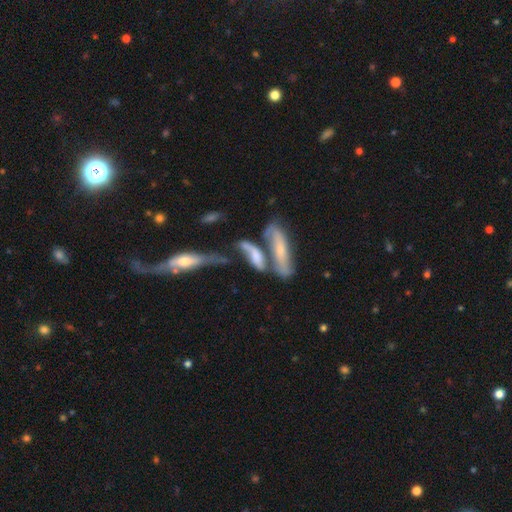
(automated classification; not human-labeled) This is possibly a smooth galaxy (46%). Merging: possibly merger (55%).